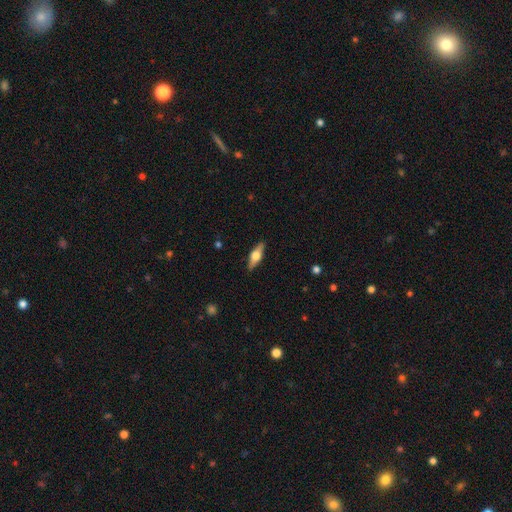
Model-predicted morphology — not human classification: type=featured or disk (55%); edge-on=yes (93%); edge-on bulge=rounded (93%); merging=none (89%).